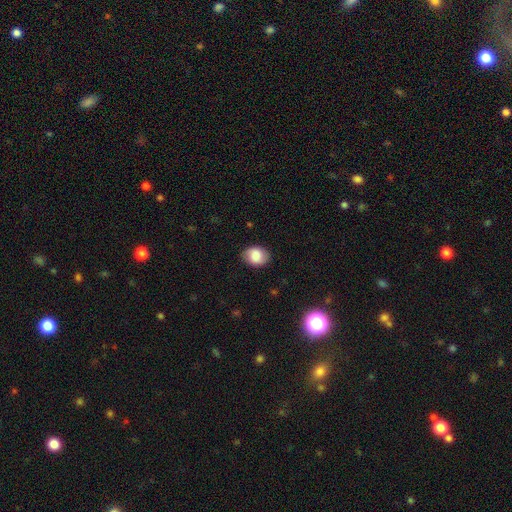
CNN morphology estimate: Smooth or featured? Predicted: smooth (p=0.83). How rounded? Predicted: in between (p=0.63). Merging? Predicted: none (p=0.81).